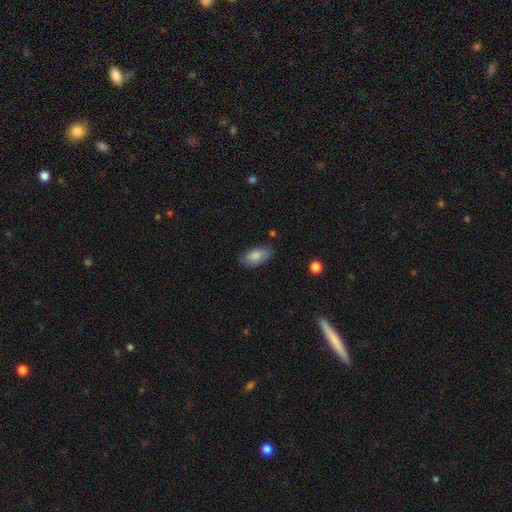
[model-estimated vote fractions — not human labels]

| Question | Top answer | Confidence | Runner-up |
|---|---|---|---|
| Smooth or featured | smooth | 83% | featured or disk (11%) |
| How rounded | in between | 92% | cigar-shaped (5%) |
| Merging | none | 79% | minor disturbance (16%) |